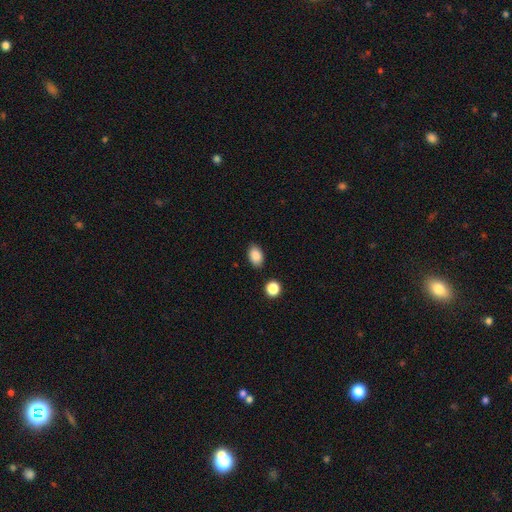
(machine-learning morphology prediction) type=smooth (88%); roundness=in between (87%); merging=none (85%).